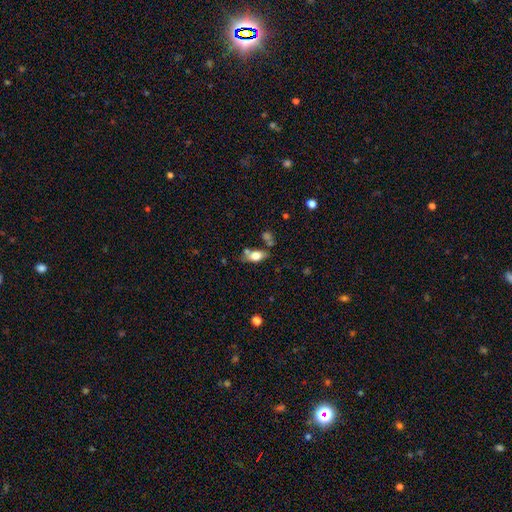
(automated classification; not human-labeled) A smooth galaxy with no disk features (72%) that is in between round and cigar-shaped (86%).

Vote fractions:
- Smooth or featured? smooth: 72% / featured or disk: 20% / star or artifact: 8%
- How rounded? in between: 86% / cigar-shaped: 9% / round: 6%
- Merging? none: 57% / minor disturbance: 20% / merger: 16% / major disturbance: 7%